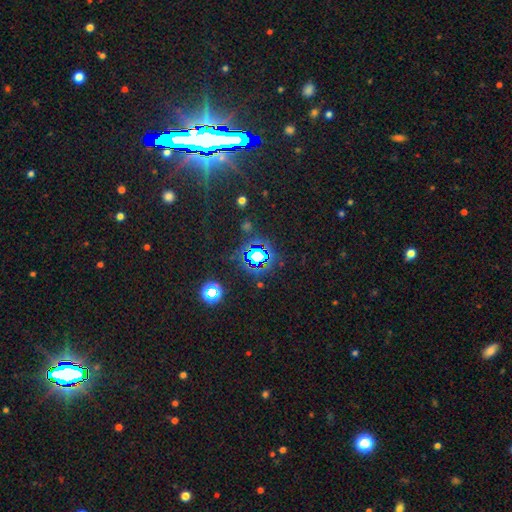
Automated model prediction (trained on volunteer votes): This is likely a star or artifact rather than a galaxy (75%).